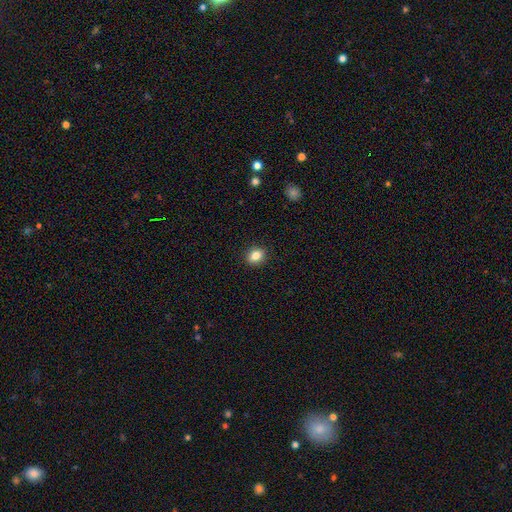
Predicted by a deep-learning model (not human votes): smooth_or_featured: smooth (p=0.83) [alt: star or artifact p=0.10]
how_rounded: round (p=0.51) [alt: in between p=0.48]
merging: none (p=0.90) [alt: minor disturbance p=0.07]